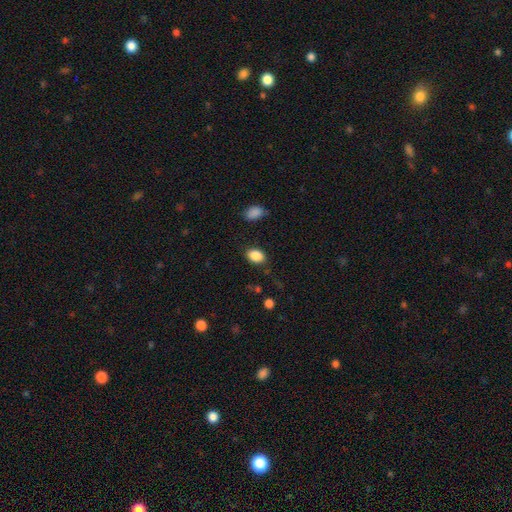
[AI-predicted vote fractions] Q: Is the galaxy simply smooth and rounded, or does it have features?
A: smooth — 87%.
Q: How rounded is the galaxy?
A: in between — 77%.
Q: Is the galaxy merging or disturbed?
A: none — 83%.